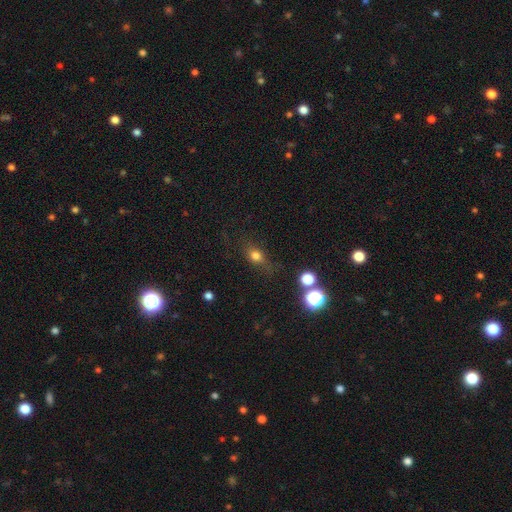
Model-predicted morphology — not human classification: Smooth or featured? smooth (74%)
How rounded? in between (49%)
Merging? none (62%)